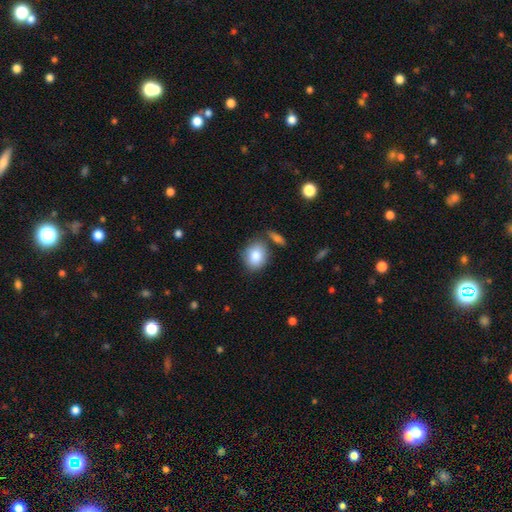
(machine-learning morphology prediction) The model was most divided on "how rounded": round: 52%, in between: 47%, cigar-shaped: 1%. More confident: smooth or featured — smooth (84%); merging — none (69%).